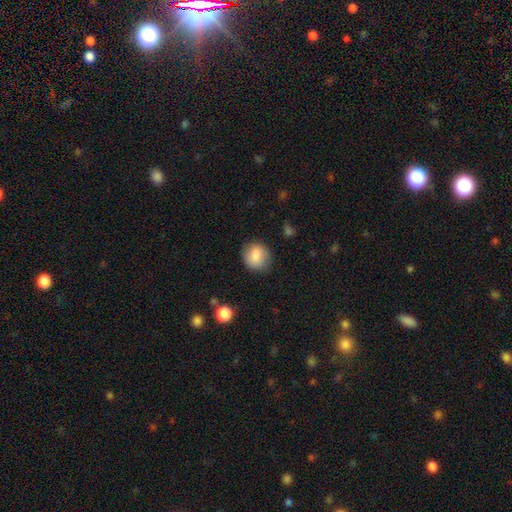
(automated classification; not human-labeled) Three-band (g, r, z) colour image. It shows a smooth galaxy with no disk features (85%) that is round (80%). Merging: none (81%).